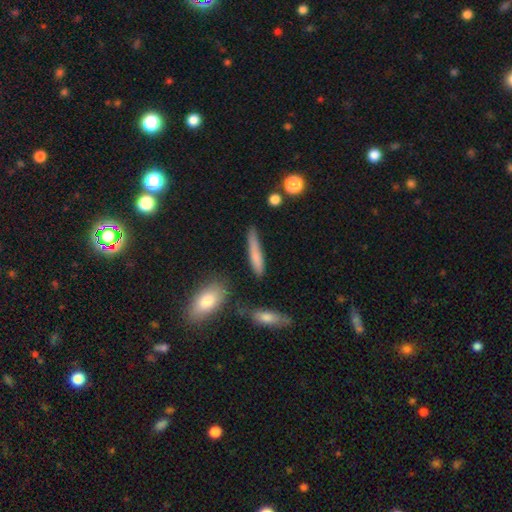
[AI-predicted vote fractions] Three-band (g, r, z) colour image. It shows a smooth galaxy with no disk features (75%) that is cigar-shaped (86%). Merging: none (70%).